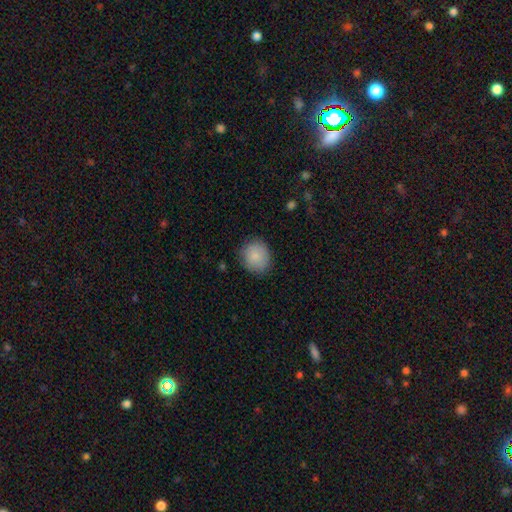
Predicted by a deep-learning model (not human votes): Morphology: type=smooth (87%); roundness=round (80%); merging=none (84%).